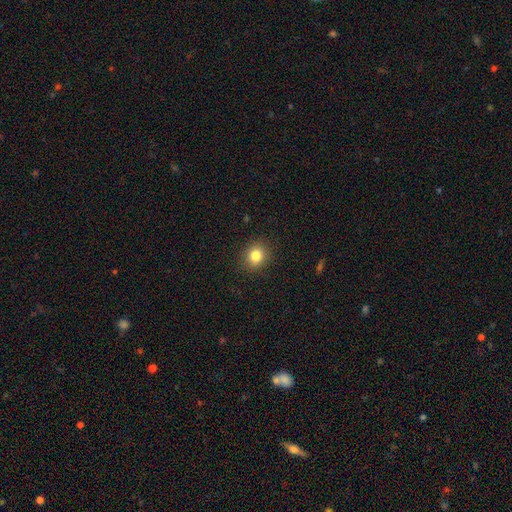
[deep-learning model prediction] Q: Smooth or featured?
A: smooth (82%); runner-up: star or artifact (12%)
Q: How rounded?
A: round (78%); runner-up: in between (21%)
Q: Merging?
A: none (90%); runner-up: minor disturbance (7%)